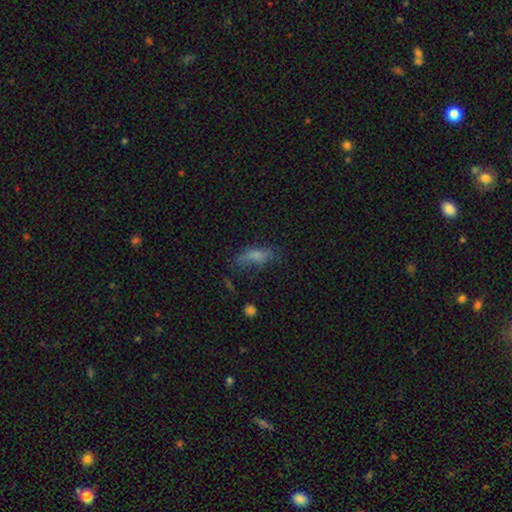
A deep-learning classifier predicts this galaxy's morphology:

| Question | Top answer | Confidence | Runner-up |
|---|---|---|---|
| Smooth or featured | smooth | 72% | featured or disk (16%) |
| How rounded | in between | 62% | cigar-shaped (35%) |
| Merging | none | 52% | minor disturbance (28%) |